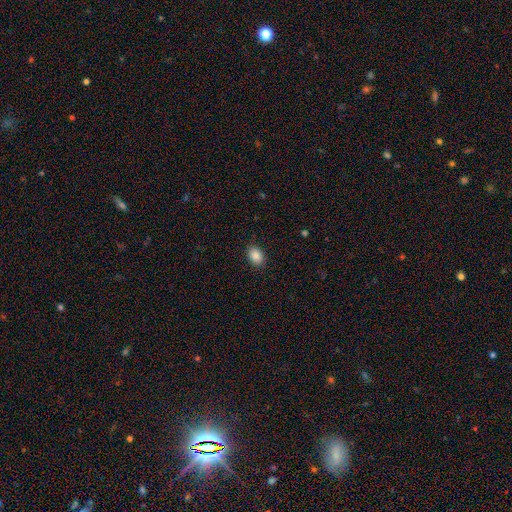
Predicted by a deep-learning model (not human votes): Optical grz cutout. It shows a smooth galaxy with no disk features (88%) that is in between round and cigar-shaped (79%). Merging: none (88%).